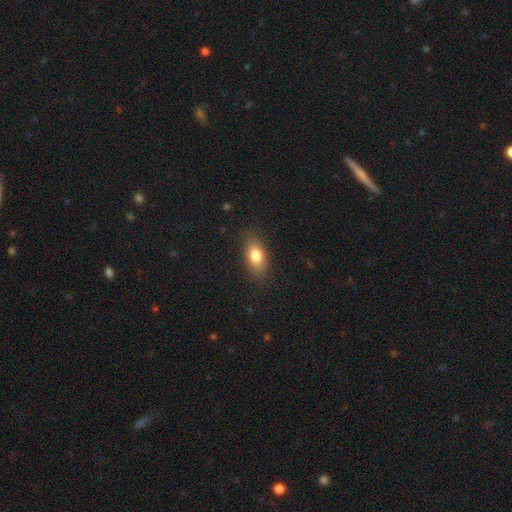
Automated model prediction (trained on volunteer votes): smooth_or_featured: smooth (p=0.79) [alt: featured or disk p=0.13]
how_rounded: in between (p=0.84) [alt: cigar-shaped p=0.09]
merging: none (p=0.85) [alt: minor disturbance p=0.11]